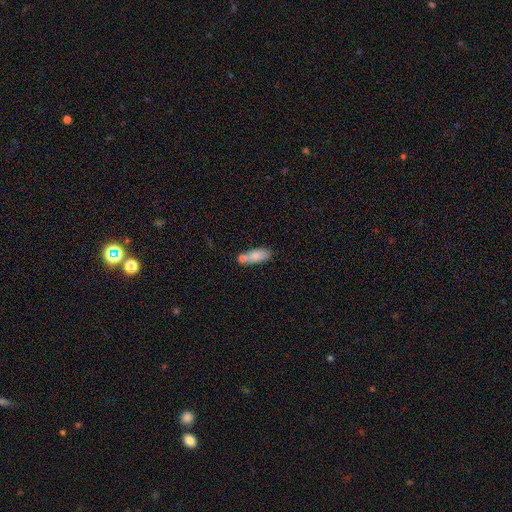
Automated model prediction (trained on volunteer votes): Smooth or featured? Predicted: smooth (p=0.77). How rounded? Predicted: in between (p=0.73). Merging? Predicted: none (p=0.46).